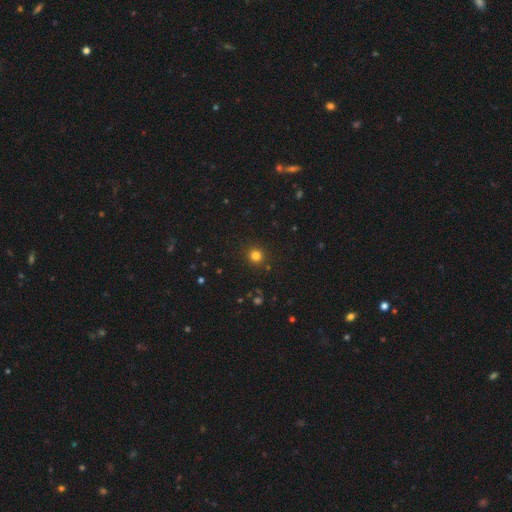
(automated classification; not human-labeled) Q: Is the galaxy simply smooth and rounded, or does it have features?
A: smooth — 80%.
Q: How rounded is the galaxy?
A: round — 94%.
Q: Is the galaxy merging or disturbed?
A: none — 91%.